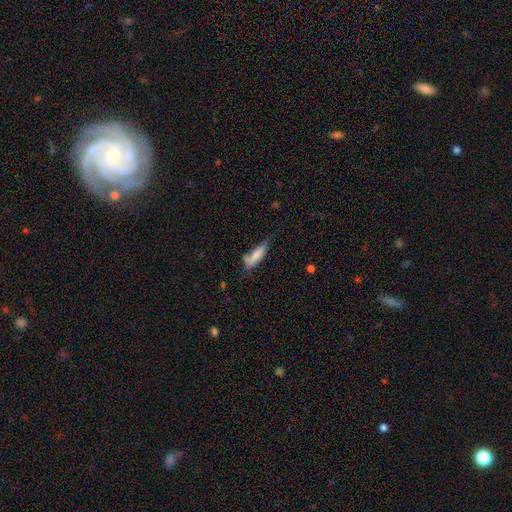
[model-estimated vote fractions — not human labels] Smooth or featured: smooth — 75% (featured or disk — 17%)
How rounded: cigar-shaped — 53% (in between — 45%)
Merging: none — 44% (minor disturbance — 35%)